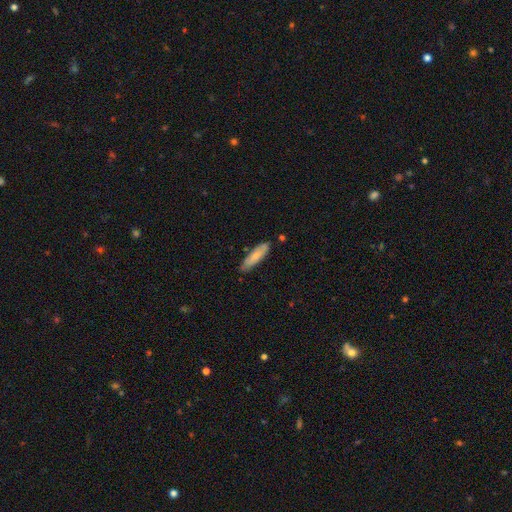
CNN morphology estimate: smooth 74%, featured or disk 20%, star or artifact 6%. Down the decision tree: how rounded — cigar-shaped (63%); merging — none (80%).